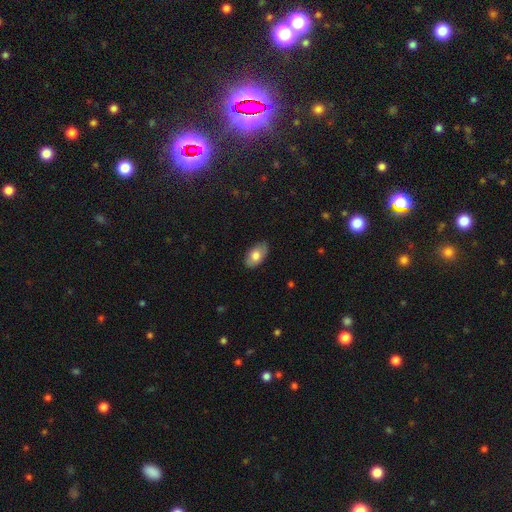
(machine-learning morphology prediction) smooth_or_featured: smooth (p=0.75) [alt: featured or disk p=0.18]
how_rounded: in between (p=0.93) [alt: round p=0.05]
merging: none (p=0.80) [alt: minor disturbance p=0.16]